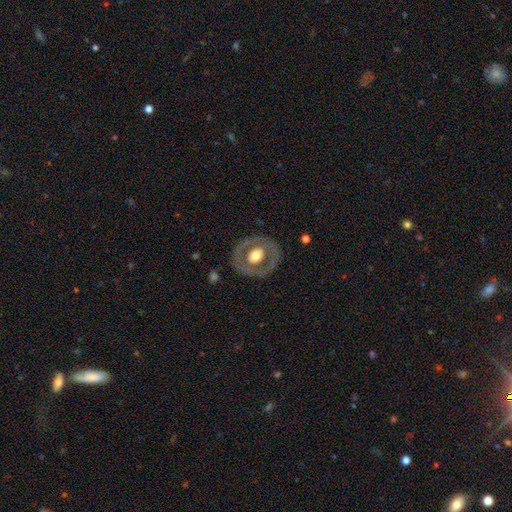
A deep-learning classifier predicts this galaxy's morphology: A featured or disk galaxy (54%) with no bar (83%), no spiral arms (90%) and a moderate central bulge (49%). Merging: none (80%).